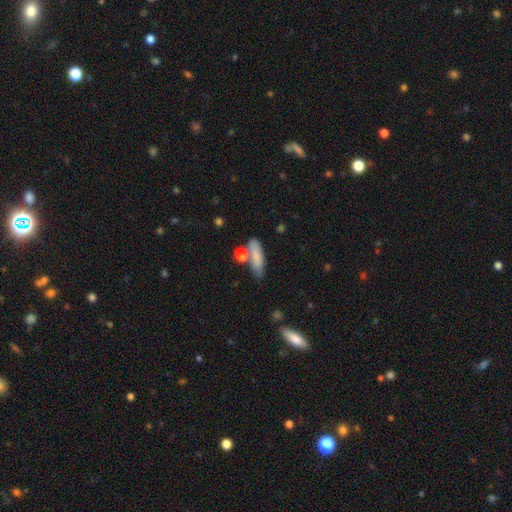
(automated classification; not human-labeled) Q: Smooth or featured?
A: smooth (80%); runner-up: featured or disk (13%)
Q: How rounded?
A: in between (49%); runner-up: cigar-shaped (47%)
Q: Merging?
A: none (58%); runner-up: minor disturbance (19%)